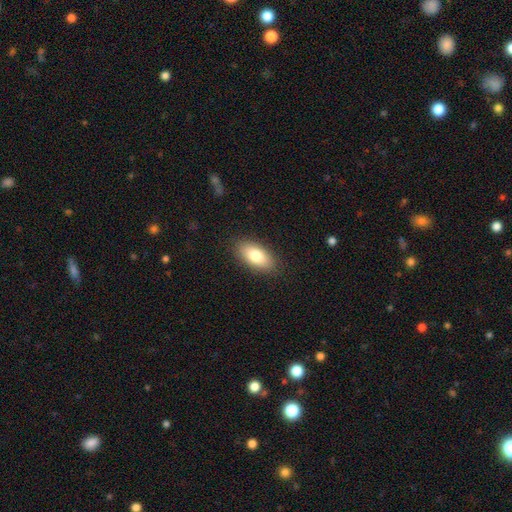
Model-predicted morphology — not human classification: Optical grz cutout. It shows a smooth galaxy with no disk features (79%) that is in between round and cigar-shaped (91%). Merging: none (88%).